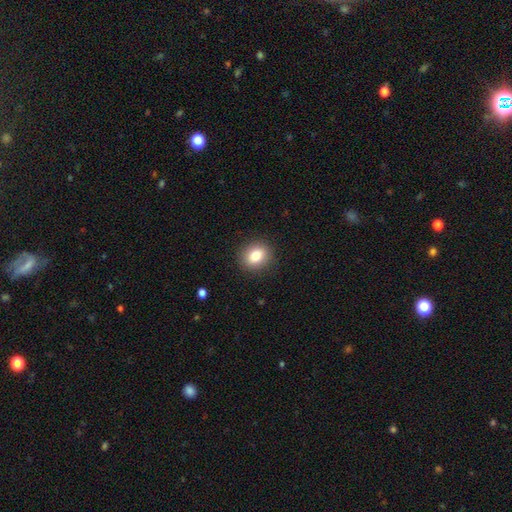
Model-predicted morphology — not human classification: Smooth or featured?
  - smooth: 83% *
  - star or artifact: 9%
  - featured or disk: 8%
How rounded?
  - round: 56% *
  - in between: 43%
  - cigar-shaped: 1%
Merging?
  - none: 89% *
  - minor disturbance: 8%
  - major disturbance: 2%
  - merger: 1%